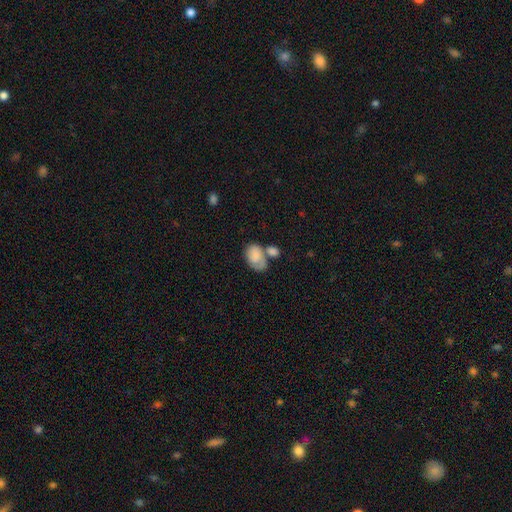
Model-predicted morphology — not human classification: smooth-or-featured: smooth: 71% | featured or disk: 21% | star or artifact: 7%
  how-rounded: in between: 82% | round: 17% | cigar-shaped: 1%
  merging: merger: 41% | none: 28% | minor disturbance: 18% | major disturbance: 13%